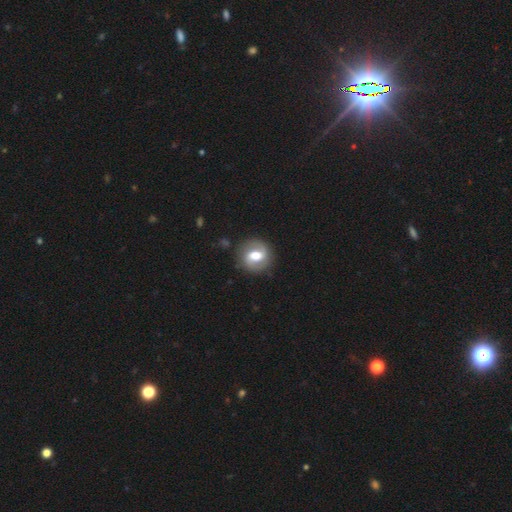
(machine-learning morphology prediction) Smooth or featured: featured or disk — 58% (smooth — 36%)
Edge-on disk: no — 97% (yes — 3%)
Bar: weak — 47% (strong — 28%)
Spiral arms: yes — 74% (no — 26%)
Bulge size: moderate — 62% (large — 27%)
Merging: none — 83% (minor disturbance — 11%)